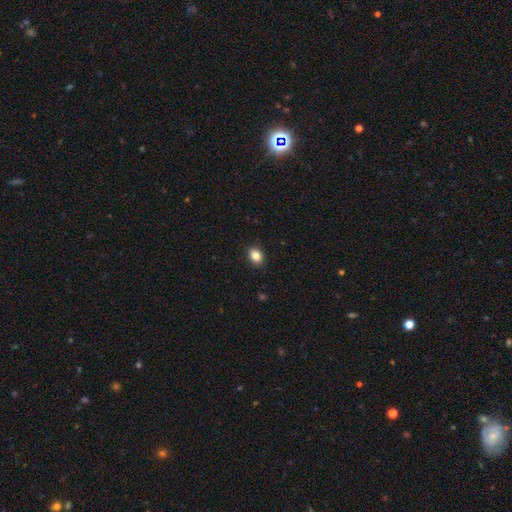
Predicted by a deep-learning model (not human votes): Overall: smooth (86%). How rounded: in between (69%; round 30%). Merging: none (90%).